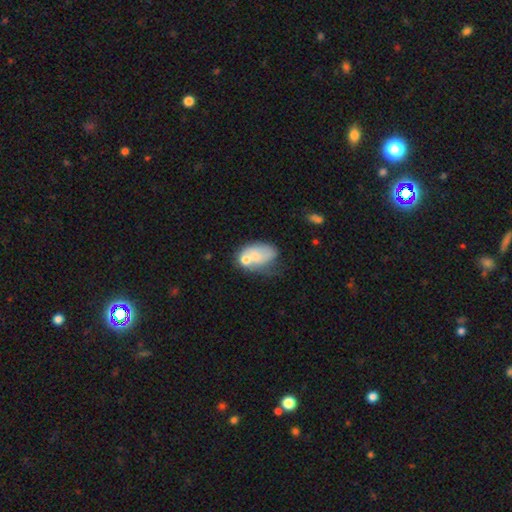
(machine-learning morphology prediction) smooth 55%, featured or disk 37%, star or artifact 8%. Down the decision tree: how rounded — in between (83%); merging — merger (35%).